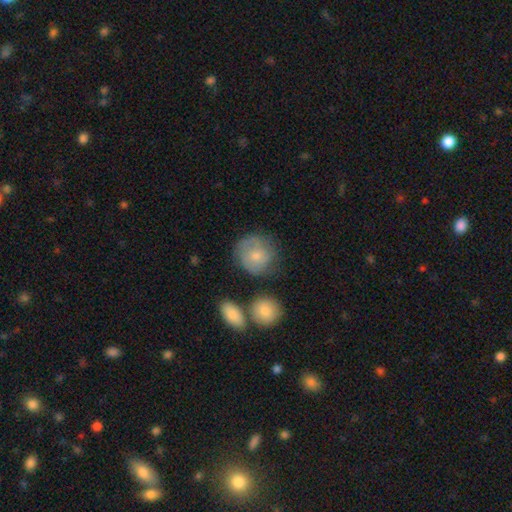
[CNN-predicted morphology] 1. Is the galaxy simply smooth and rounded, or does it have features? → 72% smooth, 21% featured or disk, 7% star or artifact.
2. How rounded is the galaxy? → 86% round, 13% in between, 1% cigar-shaped.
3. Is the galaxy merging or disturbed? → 61% none, 22% minor disturbance, 10% major disturbance, 7% merger.